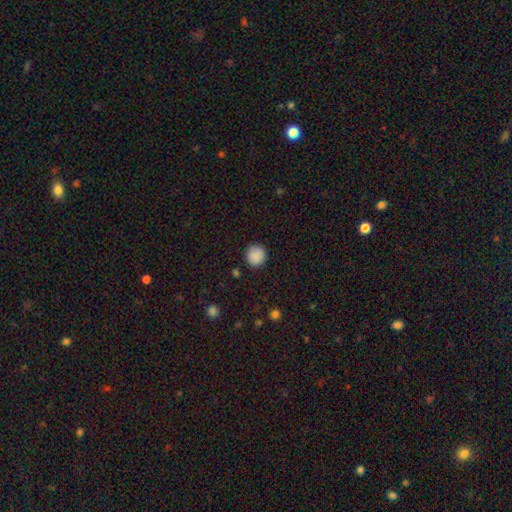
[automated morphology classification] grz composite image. It shows a smooth galaxy with no disk features (89%) that is round (95%). Merging: none (90%).